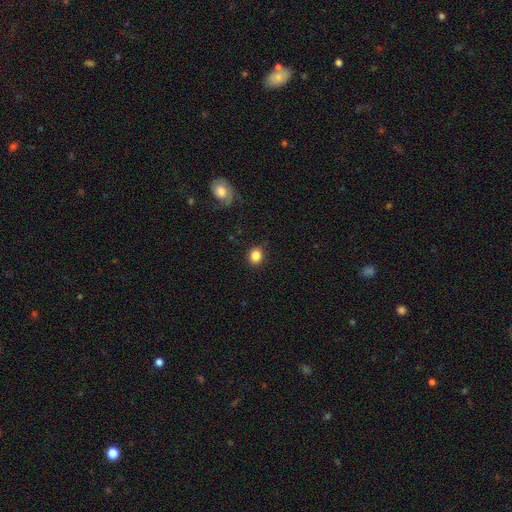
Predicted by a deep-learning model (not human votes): smooth-or-featured: smooth: 84% | star or artifact: 10% | featured or disk: 5%
  how-rounded: round: 69% | in between: 30% | cigar-shaped: 1%
  merging: none: 87% | minor disturbance: 9% | major disturbance: 3% | merger: 1%